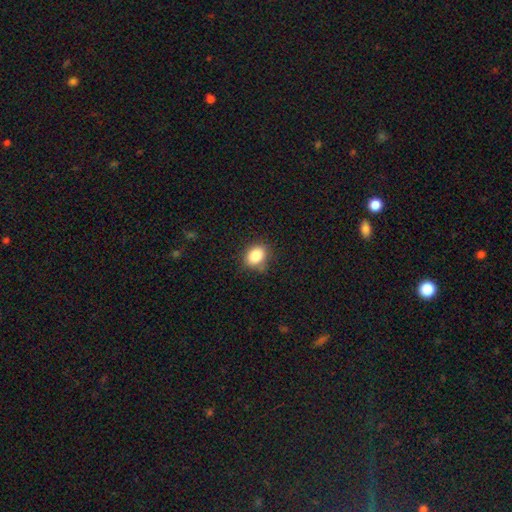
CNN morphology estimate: A smooth galaxy with no disk features (86%) that is in between round and cigar-shaped (63%). Merging: none (78%).